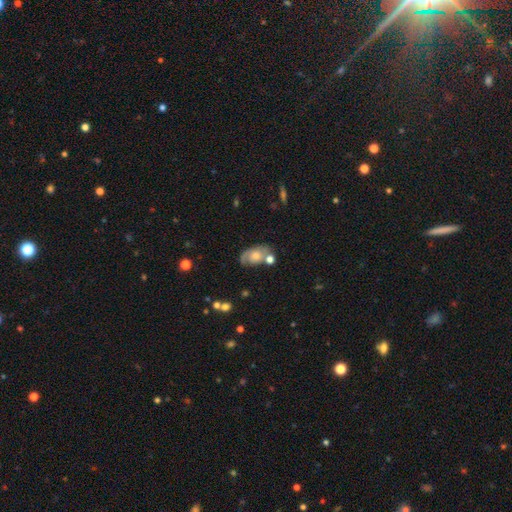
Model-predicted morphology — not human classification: This is possibly a featured or disk galaxy (50%). It is clearly not viewed edge-on (94%). Merging: possibly none (50%).